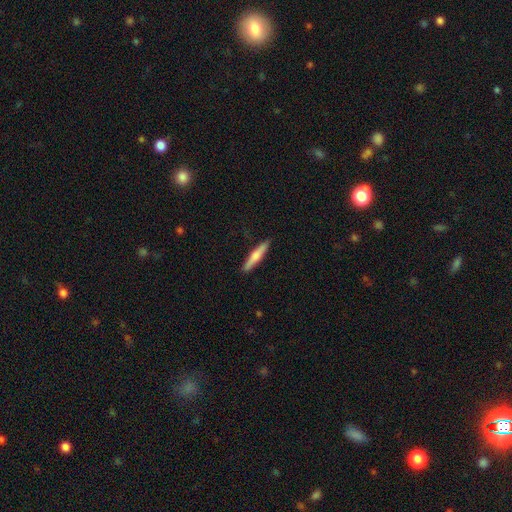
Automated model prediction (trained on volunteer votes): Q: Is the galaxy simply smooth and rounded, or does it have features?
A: smooth — 60%.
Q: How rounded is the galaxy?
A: cigar-shaped — 91%.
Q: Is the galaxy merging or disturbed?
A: none — 90%.